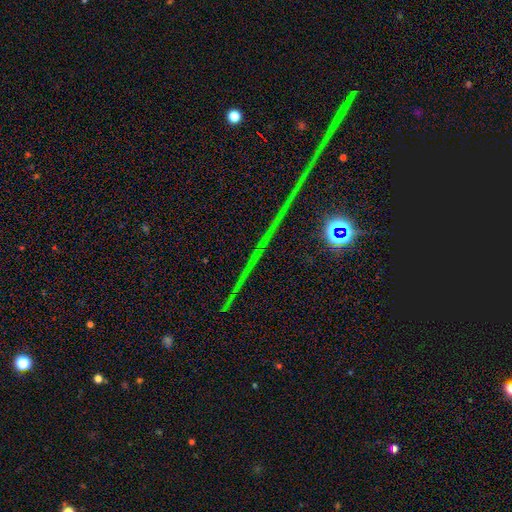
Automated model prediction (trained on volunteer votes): The model was most divided on "smooth or featured": star or artifact: 83%, featured or disk: 10%, smooth: 7%.